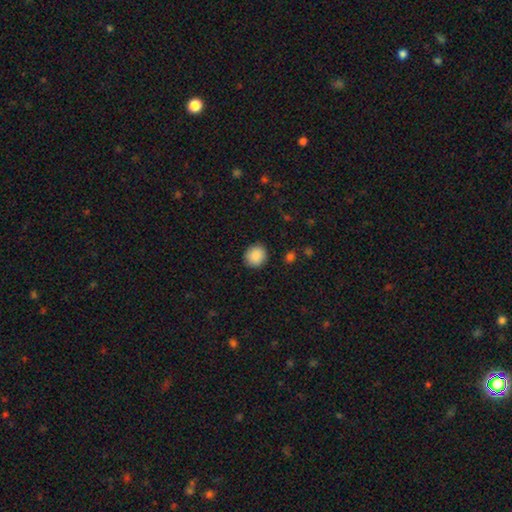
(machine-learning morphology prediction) smooth_or_featured: smooth (p=0.89) [alt: star or artifact p=0.08]
how_rounded: round (p=0.81) [alt: in between p=0.18]
merging: none (p=0.89) [alt: minor disturbance p=0.07]